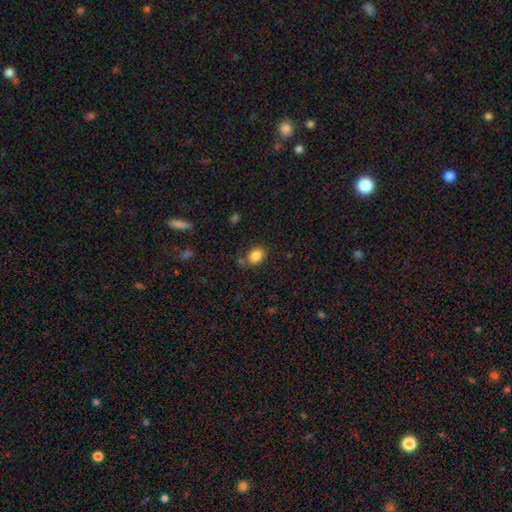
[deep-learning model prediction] This is clearly a smooth galaxy (86%). How rounded: likely in between (72%). Merging: likely none (76%).